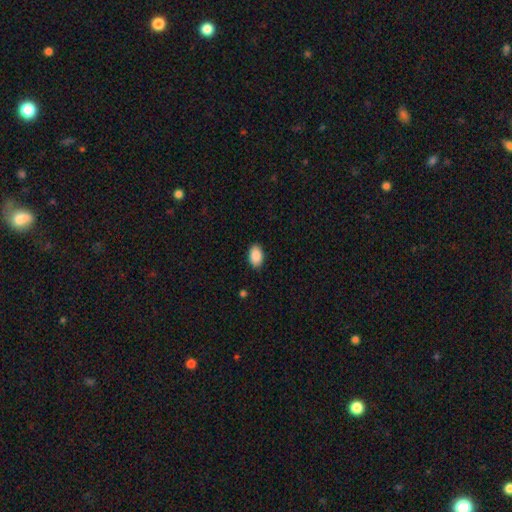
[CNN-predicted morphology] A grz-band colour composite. It shows a smooth galaxy with no disk features (90%) that is in between round and cigar-shaped (91%). Merging: none (88%).